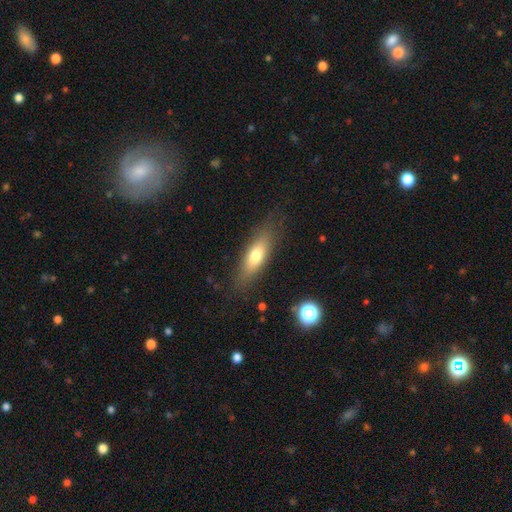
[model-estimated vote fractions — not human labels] smooth 69%, featured or disk 24%, star or artifact 8%. Down the decision tree: how rounded — in between (58%); merging — none (79%).